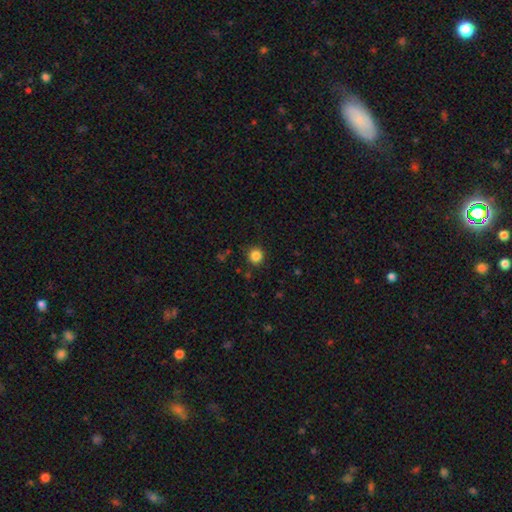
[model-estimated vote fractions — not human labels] smooth 85%, star or artifact 12%, featured or disk 4%. Down the decision tree: how rounded — round (92%); merging — none (89%).